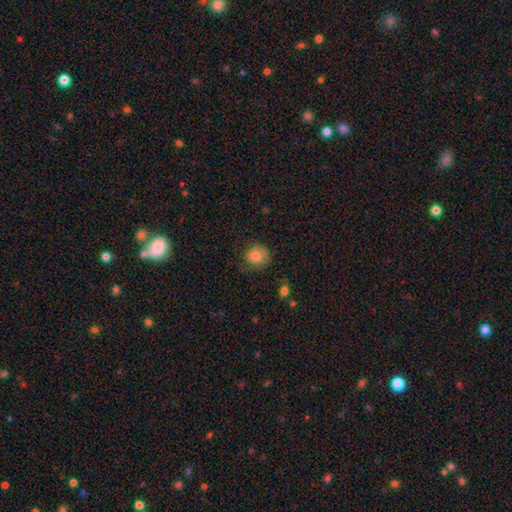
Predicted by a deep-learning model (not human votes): Overall: smooth (81%). How rounded: round (87%). Merging: none (70%).